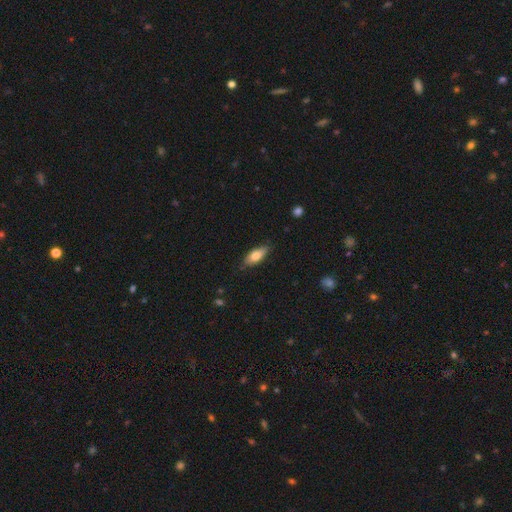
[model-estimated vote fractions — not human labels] Morphology: type=smooth (74%); roundness=in between (77%); merging=none (81%).